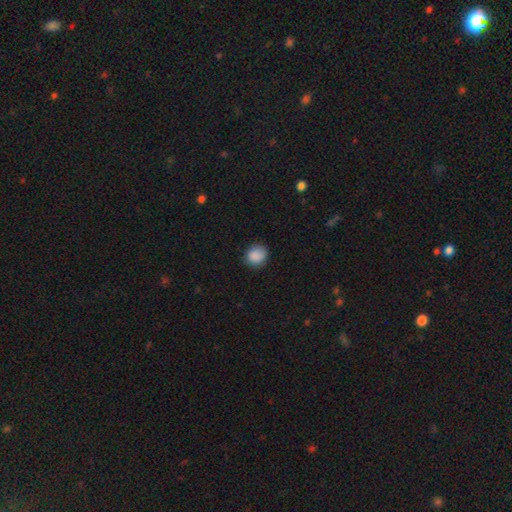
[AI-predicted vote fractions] Morphology: type=smooth (88%); roundness=round (81%); merging=none (84%).